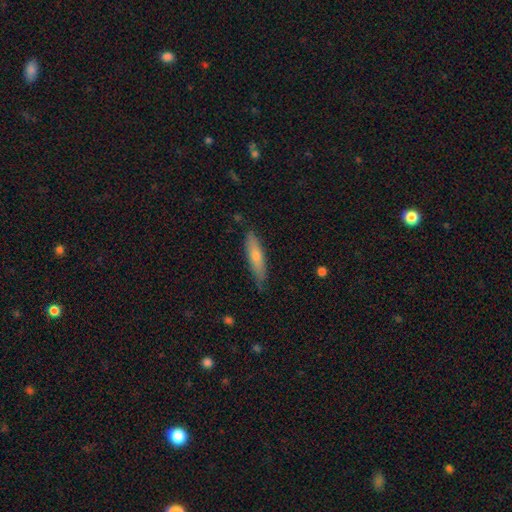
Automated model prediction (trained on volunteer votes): The model was most divided on "smooth or featured": smooth: 61%, featured or disk: 33%, star or artifact: 6%. More confident: how rounded — cigar-shaped (81%); merging — none (81%).